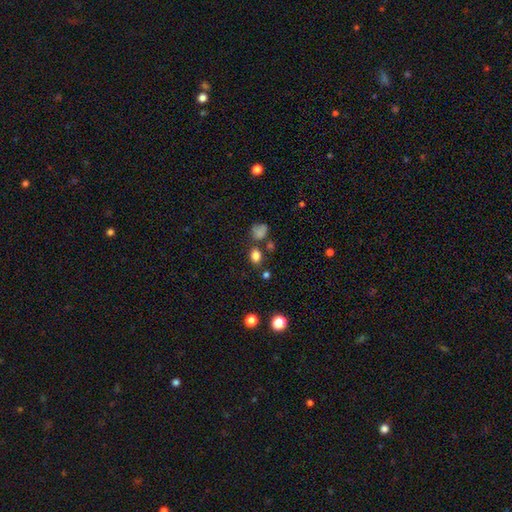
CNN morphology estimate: A smooth galaxy with no disk features (79%) that is in between round and cigar-shaped (68%).

Vote fractions:
- Smooth or featured? smooth: 79% / star or artifact: 14% / featured or disk: 6%
- How rounded? in between: 68% / round: 30% / cigar-shaped: 2%
- Merging? none: 71% / minor disturbance: 13% / merger: 11% / major disturbance: 5%